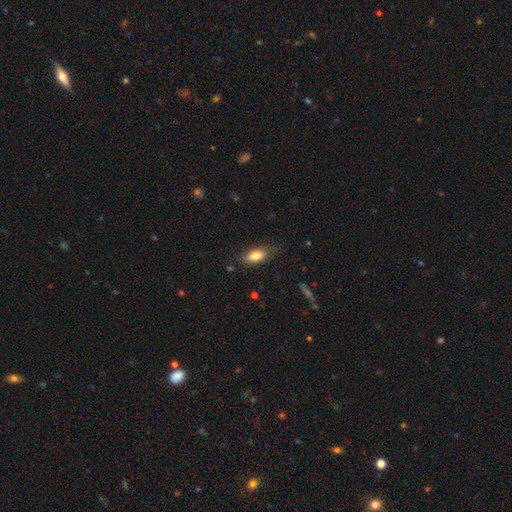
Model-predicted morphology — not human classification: A smooth galaxy with no disk features (80%) that is in between round and cigar-shaped (84%).

Vote fractions:
- Smooth or featured? smooth: 80% / featured or disk: 13% / star or artifact: 7%
- How rounded? in between: 84% / cigar-shaped: 13% / round: 3%
- Merging? none: 72% / minor disturbance: 21% / major disturbance: 5% / merger: 1%